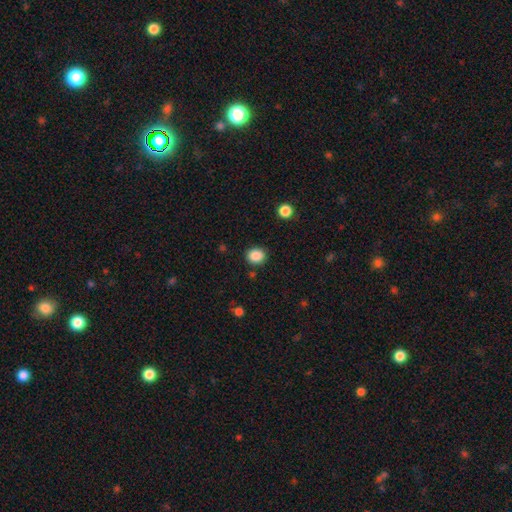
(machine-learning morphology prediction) Q: Smooth or featured?
A: smooth (87%); runner-up: star or artifact (10%)
Q: How rounded?
A: round (71%); runner-up: in between (28%)
Q: Merging?
A: none (87%); runner-up: minor disturbance (8%)